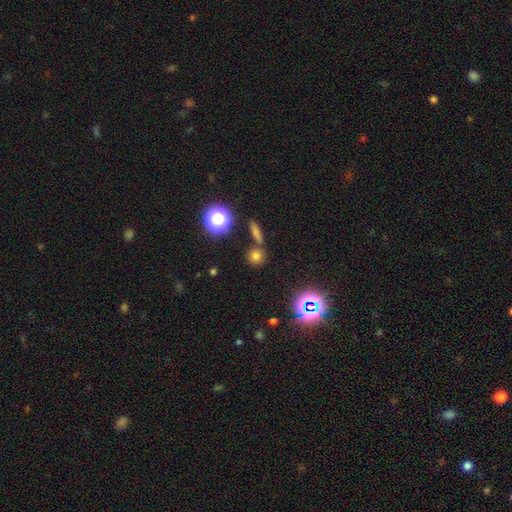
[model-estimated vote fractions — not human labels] This appears to be a smooth galaxy with no disk features (70%) that is round (87%). Merging: none (72%).